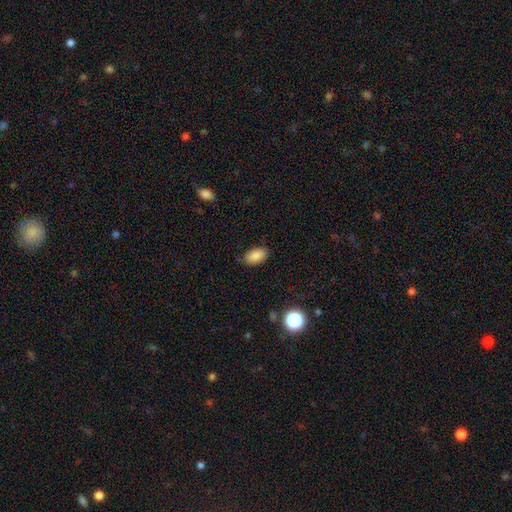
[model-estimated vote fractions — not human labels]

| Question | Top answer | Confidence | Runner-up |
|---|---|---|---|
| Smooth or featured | smooth | 87% | star or artifact (8%) |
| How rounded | in between | 93% | round (5%) |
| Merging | none | 83% | minor disturbance (13%) |